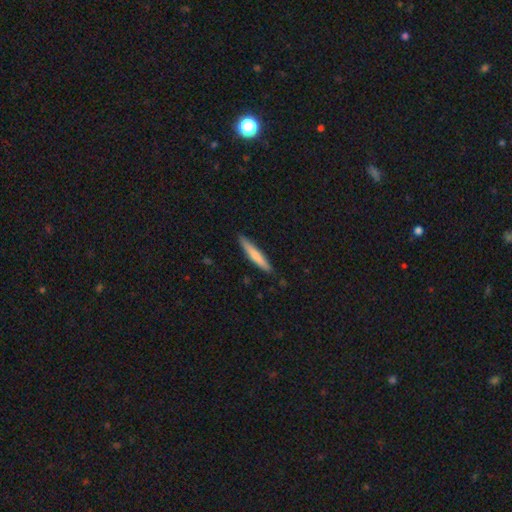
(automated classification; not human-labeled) A smooth galaxy with no disk features (72%) that is cigar-shaped (93%).

Vote fractions:
- Smooth or featured? smooth: 72% / featured or disk: 23% / star or artifact: 5%
- How rounded? cigar-shaped: 93% / in between: 5% / round: 1%
- Merging? none: 88% / minor disturbance: 10% / major disturbance: 2% / merger: 1%